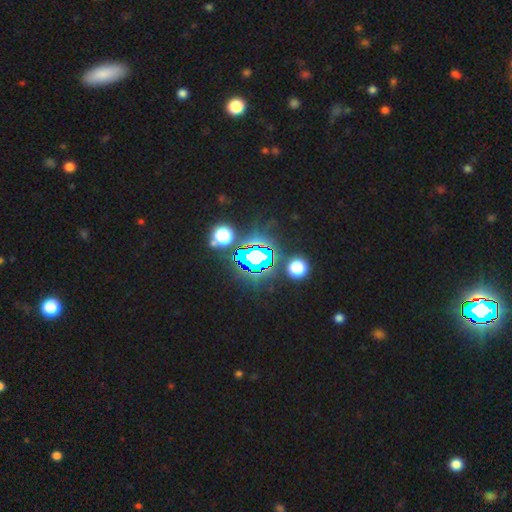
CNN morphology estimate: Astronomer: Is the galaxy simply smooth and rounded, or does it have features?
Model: star or artifact — 73%.